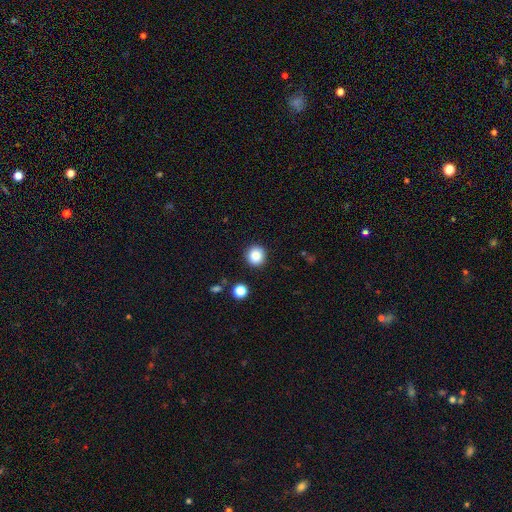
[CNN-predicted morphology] Smooth or featured? smooth (86%)
How rounded? round (92%)
Merging? none (91%)